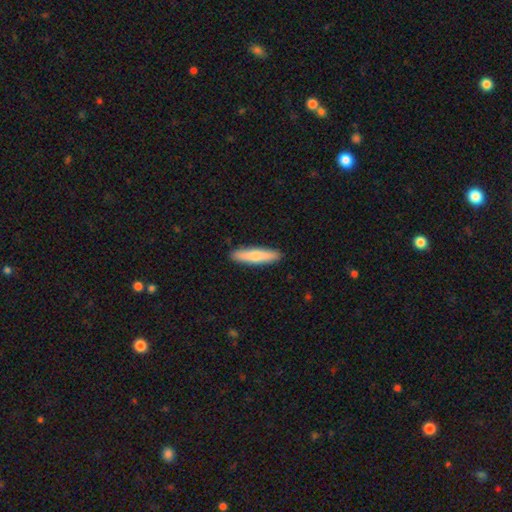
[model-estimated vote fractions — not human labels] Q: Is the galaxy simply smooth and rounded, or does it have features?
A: smooth — 72%.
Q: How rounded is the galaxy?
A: cigar-shaped — 83%.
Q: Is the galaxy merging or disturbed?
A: none — 91%.